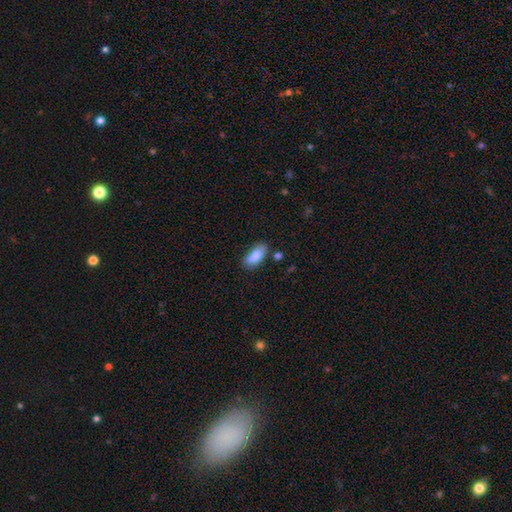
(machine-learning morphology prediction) smooth 83%, featured or disk 10%, star or artifact 7%. Down the decision tree: how rounded — in between (85%); merging — none (71%).